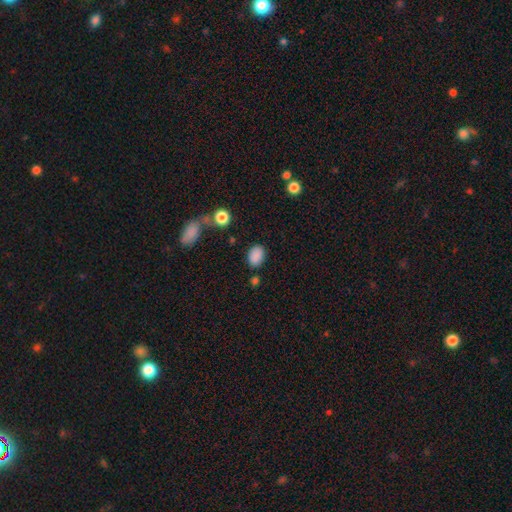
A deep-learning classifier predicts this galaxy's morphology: A smooth galaxy with no disk features (87%) that is in between round and cigar-shaped (82%). Merging: none (79%).